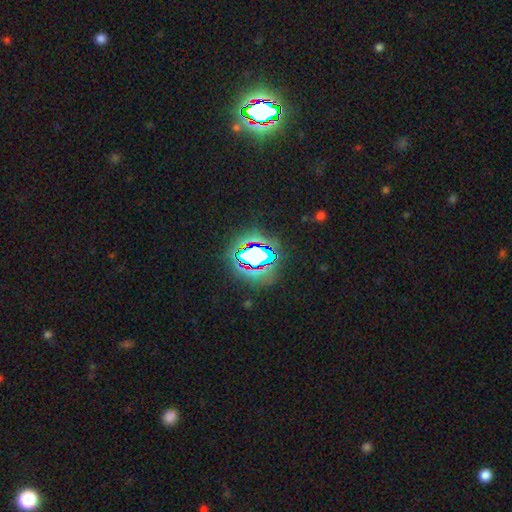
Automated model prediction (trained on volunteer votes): The model was most divided on "smooth or featured": star or artifact: 66%, smooth: 21%, featured or disk: 13%.